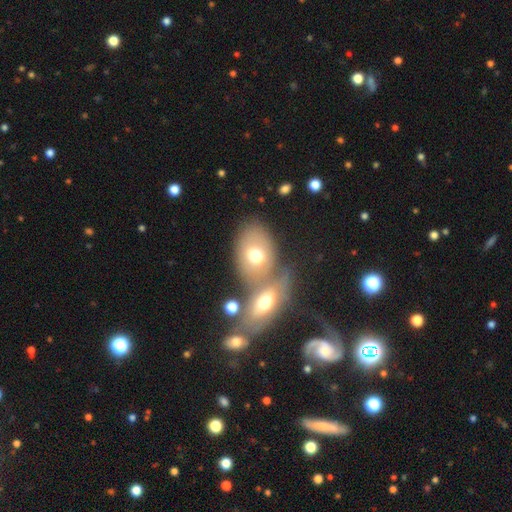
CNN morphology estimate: This appears to be a smooth galaxy with no disk features (62%) that is in between round and cigar-shaped (74%). Merging: merger (48%).